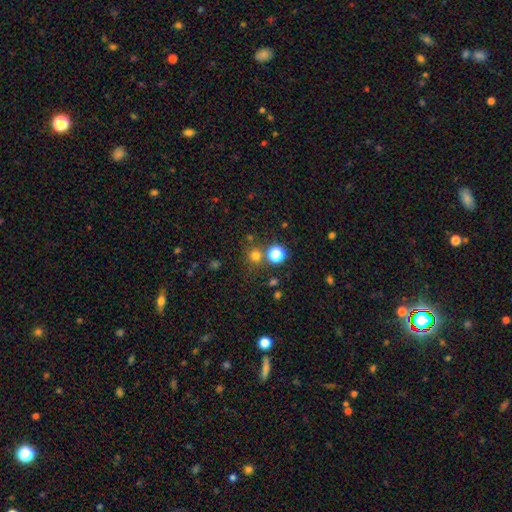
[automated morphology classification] smooth_or_featured: smooth (p=0.70) [alt: star or artifact p=0.24]
how_rounded: round (p=0.92) [alt: in between p=0.07]
merging: none (p=0.76) [alt: merger p=0.13]